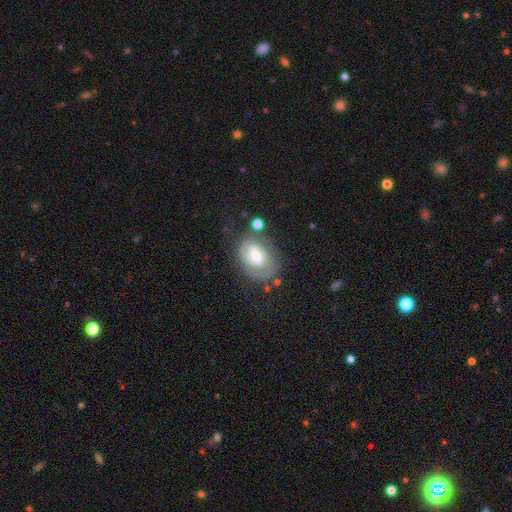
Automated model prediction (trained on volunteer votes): Morphology: type=featured or disk (64%); edge-on=no (96%); bar=no (54%); spiral arms=yes (76%); bulge=moderate (52%); merging=none (56%).